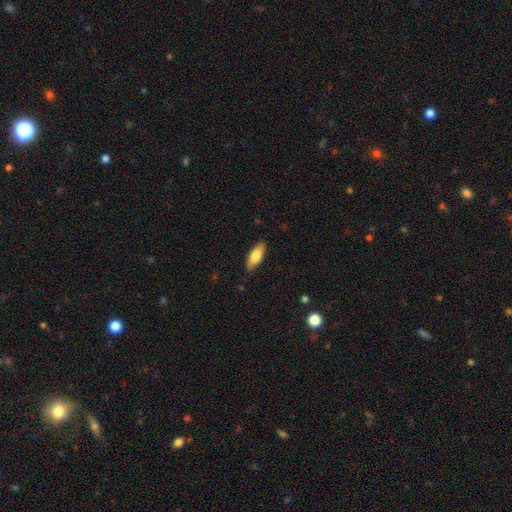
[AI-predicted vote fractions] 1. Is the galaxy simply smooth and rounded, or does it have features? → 77% smooth, 17% featured or disk, 6% star or artifact.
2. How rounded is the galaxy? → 71% in between, 27% cigar-shaped, 2% round.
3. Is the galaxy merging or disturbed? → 86% none, 11% minor disturbance, 2% major disturbance, 1% merger.